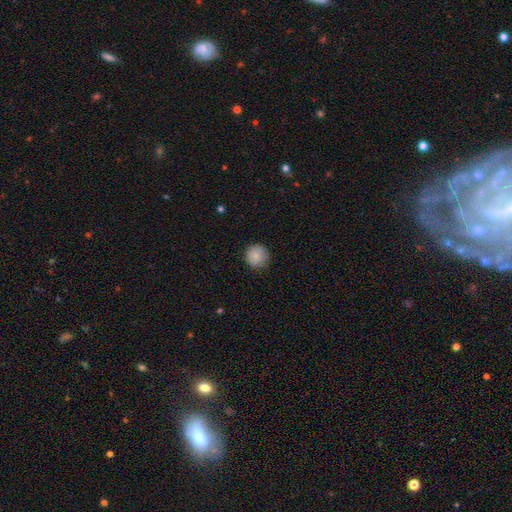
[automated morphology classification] A smooth galaxy with no disk features (85%) that is round (94%). Merging: none (87%).